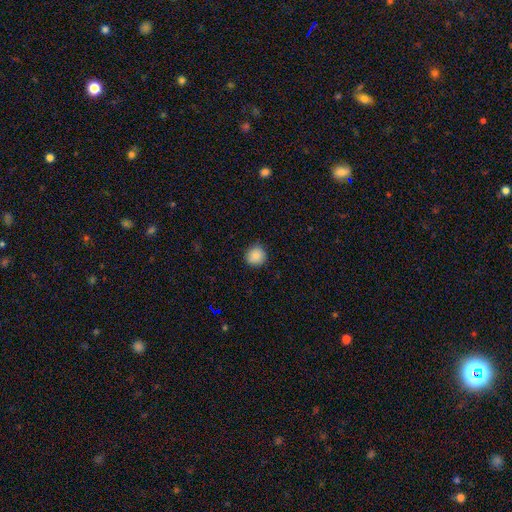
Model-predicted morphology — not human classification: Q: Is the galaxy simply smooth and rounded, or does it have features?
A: smooth — 86%.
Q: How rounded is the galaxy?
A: round — 93%.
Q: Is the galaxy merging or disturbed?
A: none — 88%.